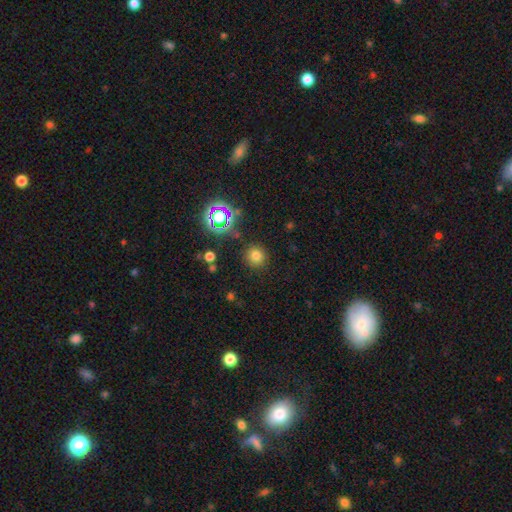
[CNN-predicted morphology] Smooth or featured: smooth — 74% (star or artifact — 20%)
How rounded: round — 92% (in between — 7%)
Merging: none — 86% (minor disturbance — 8%)